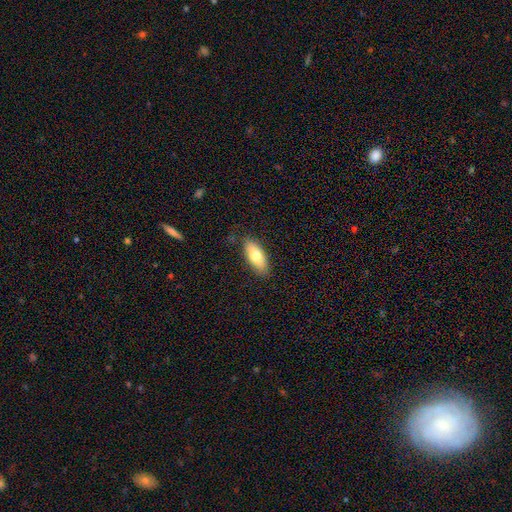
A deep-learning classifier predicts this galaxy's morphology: The model was most divided on "smooth or featured": smooth: 74%, featured or disk: 20%, star or artifact: 7%. More confident: how rounded — in between (84%); merging — none (83%).